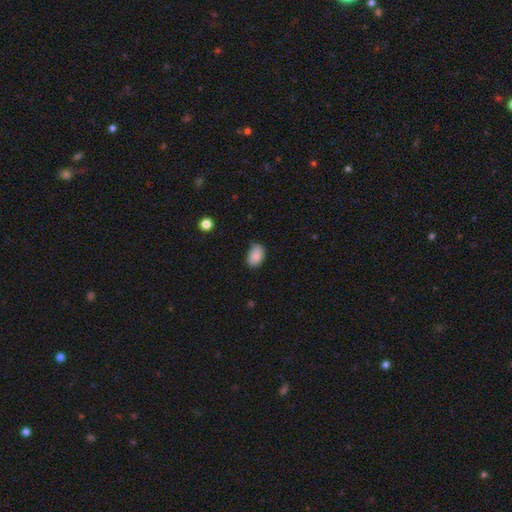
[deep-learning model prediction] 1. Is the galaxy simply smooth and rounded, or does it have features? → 87% smooth, 8% star or artifact, 5% featured or disk.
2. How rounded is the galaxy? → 87% in between, 12% round, 1% cigar-shaped.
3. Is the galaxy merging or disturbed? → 67% none, 27% minor disturbance, 4% major disturbance, 2% merger.